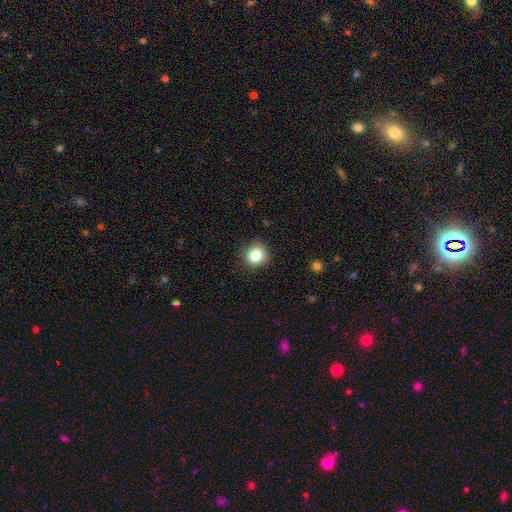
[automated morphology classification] This appears to be a smooth galaxy with no disk features (83%) that is round (86%). Merging: none (87%).